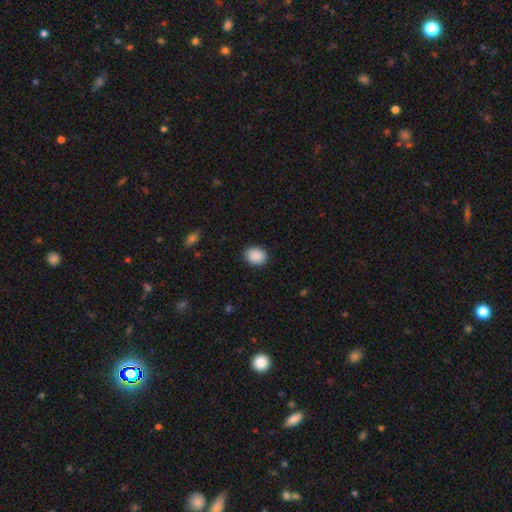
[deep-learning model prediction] Smooth or featured?
  - smooth: 90% *
  - star or artifact: 8%
  - featured or disk: 2%
How rounded?
  - in between: 51% *
  - round: 48%
  - cigar-shaped: 1%
Merging?
  - none: 88% *
  - minor disturbance: 8%
  - major disturbance: 2%
  - merger: 1%